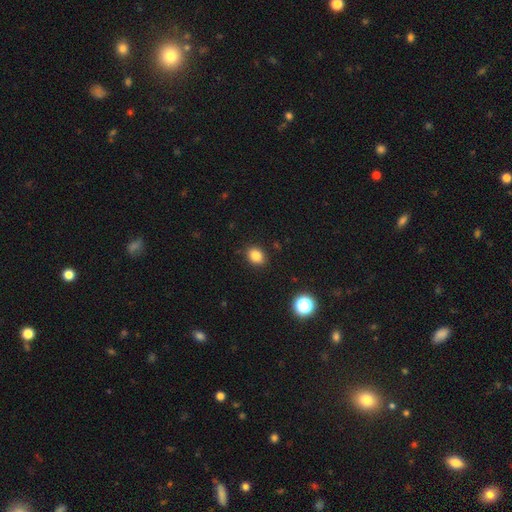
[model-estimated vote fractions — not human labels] Smooth or featured? smooth (83%)
How rounded? in between (53%)
Merging? none (88%)